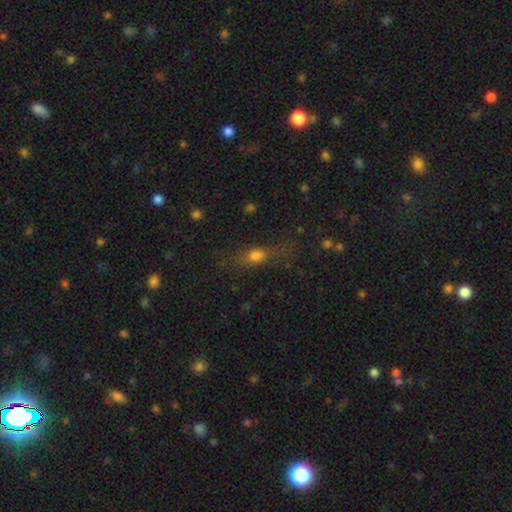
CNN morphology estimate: Q: Smooth or featured?
A: smooth (62%); runner-up: featured or disk (23%)
Q: How rounded?
A: in between (49%); runner-up: cigar-shaped (37%)
Q: Merging?
A: none (66%); runner-up: minor disturbance (20%)